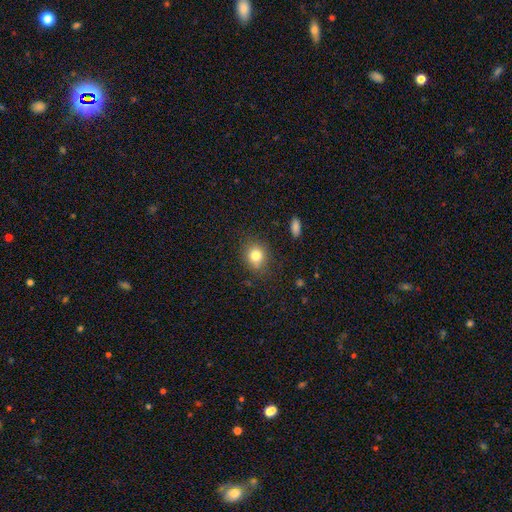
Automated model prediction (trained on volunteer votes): This appears to be a smooth galaxy with no disk features (81%) that is round (73%). Merging: none (82%).